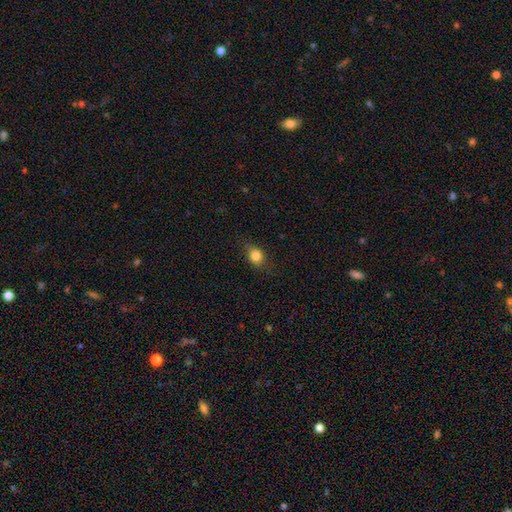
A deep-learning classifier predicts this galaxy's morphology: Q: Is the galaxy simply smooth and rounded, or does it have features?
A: smooth — 79%.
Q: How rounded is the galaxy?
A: round — 56%.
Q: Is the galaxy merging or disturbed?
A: none — 72%.